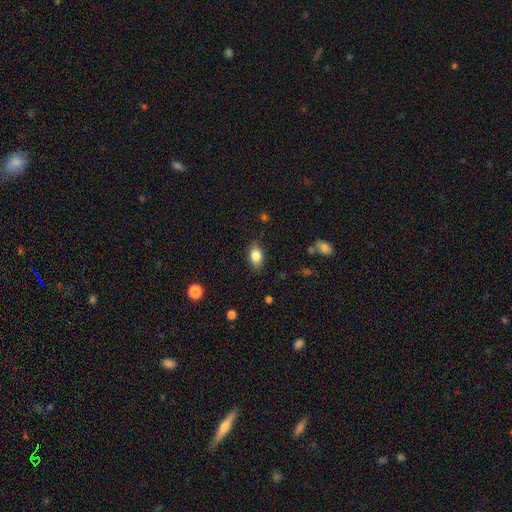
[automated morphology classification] smooth_or_featured: smooth (p=0.83) [alt: featured or disk p=0.08]
how_rounded: in between (p=0.83) [alt: round p=0.15]
merging: none (p=0.83) [alt: minor disturbance p=0.12]